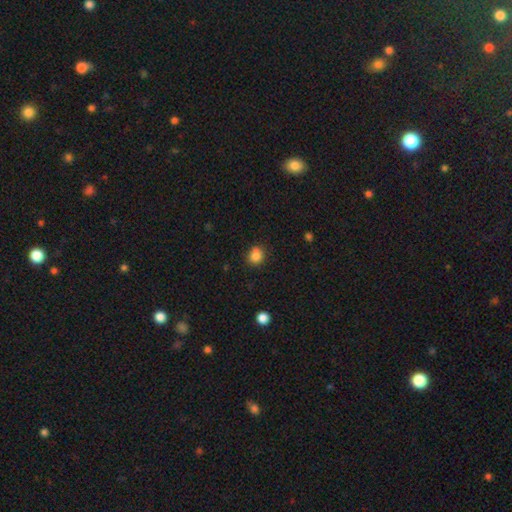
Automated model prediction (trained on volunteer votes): Smooth or featured: smooth — 85% (star or artifact — 11%)
How rounded: round — 79% (in between — 20%)
Merging: none — 80% (minor disturbance — 14%)